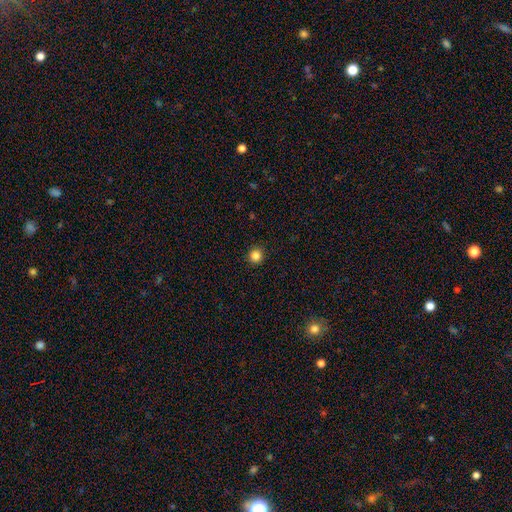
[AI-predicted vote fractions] smooth_or_featured: smooth (p=0.84) [alt: star or artifact p=0.12]
how_rounded: round (p=0.94) [alt: in between p=0.05]
merging: none (p=0.92) [alt: minor disturbance p=0.05]